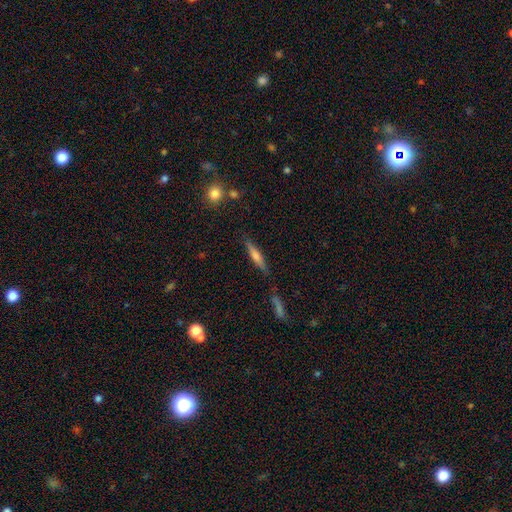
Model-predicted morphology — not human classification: Smooth or featured? Predicted: smooth (p=0.46). Merging? Predicted: none (p=0.82).